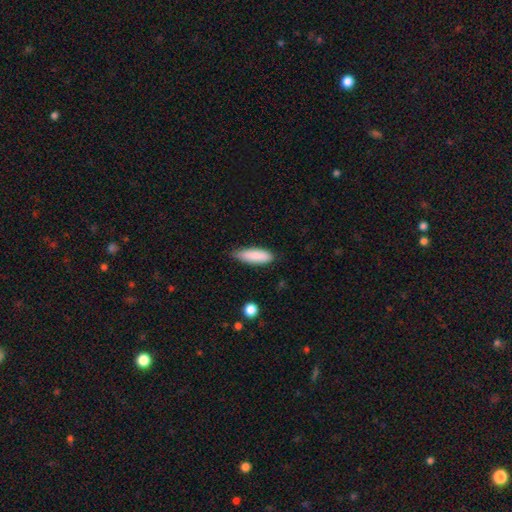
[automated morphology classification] Q: Smooth or featured?
A: smooth (87%); runner-up: featured or disk (7%)
Q: How rounded?
A: in between (54%); runner-up: cigar-shaped (44%)
Q: Merging?
A: none (73%); runner-up: minor disturbance (23%)